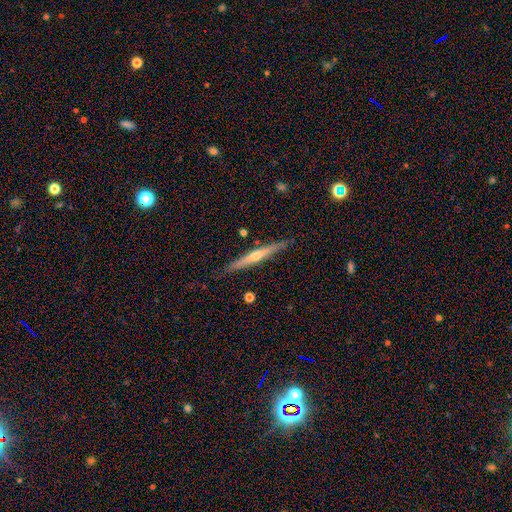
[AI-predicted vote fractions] Smooth or featured? Predicted: featured or disk (p=0.67). Edge-on disk? Predicted: yes (p=0.97). Edge-on bulge? Predicted: rounded (p=0.75). Merging? Predicted: none (p=0.87).